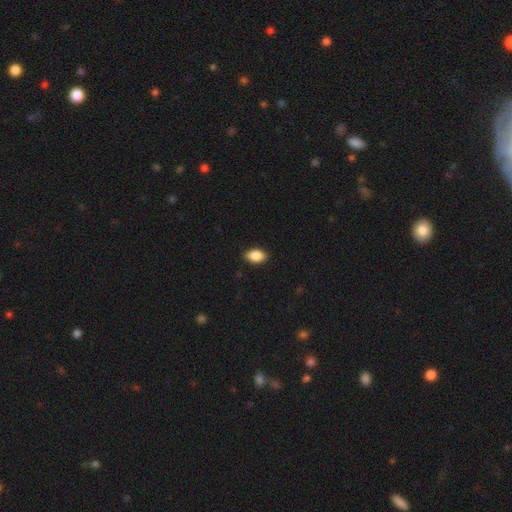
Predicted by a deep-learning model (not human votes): Q: Smooth or featured?
A: smooth (86%); runner-up: star or artifact (8%)
Q: How rounded?
A: in between (89%); runner-up: round (9%)
Q: Merging?
A: none (87%); runner-up: minor disturbance (10%)